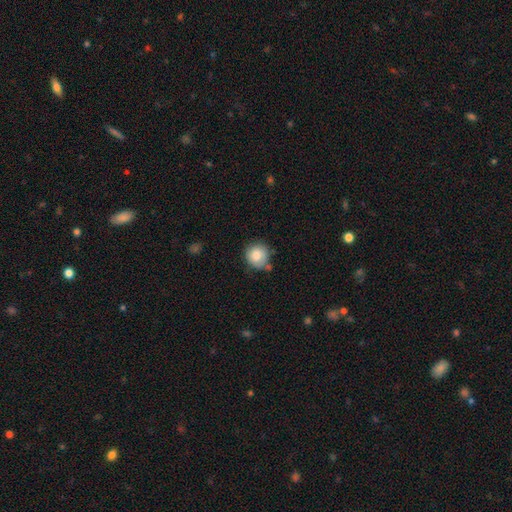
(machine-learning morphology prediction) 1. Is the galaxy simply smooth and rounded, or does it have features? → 83% smooth, 9% featured or disk, 8% star or artifact.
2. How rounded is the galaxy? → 89% round, 10% in between, 1% cigar-shaped.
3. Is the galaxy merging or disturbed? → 64% none, 23% minor disturbance, 8% merger, 5% major disturbance.